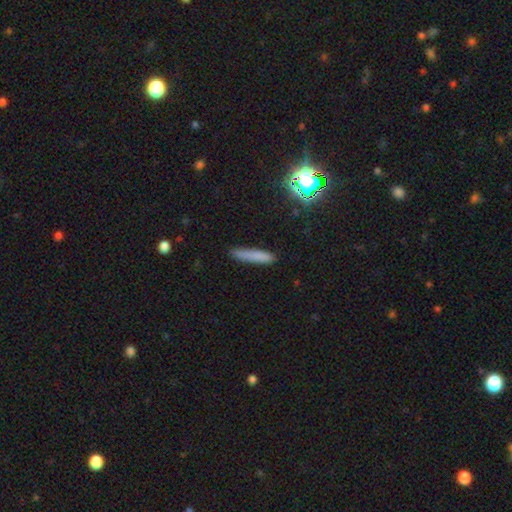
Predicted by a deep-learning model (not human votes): smooth 74%, featured or disk 13%, star or artifact 13%. Down the decision tree: how rounded — cigar-shaped (90%); merging — none (80%).